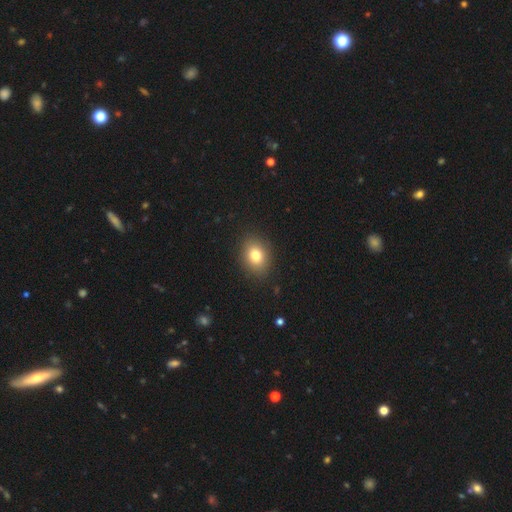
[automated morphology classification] smooth-or-featured: smooth: 79% | star or artifact: 11% | featured or disk: 10%
  how-rounded: in between: 60% | round: 39% | cigar-shaped: 1%
  merging: none: 89% | minor disturbance: 7% | major disturbance: 2% | merger: 1%